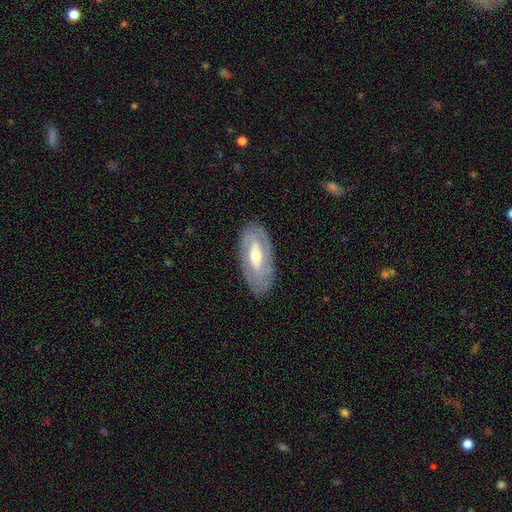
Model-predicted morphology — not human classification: Overall: featured or disk (74%). Edge-on disk: no (89%). Bar: weak (41%; strong 32%). Spiral arms: yes (73%). Bulge size: moderate (65%; small 26%). Merging: none (83%).